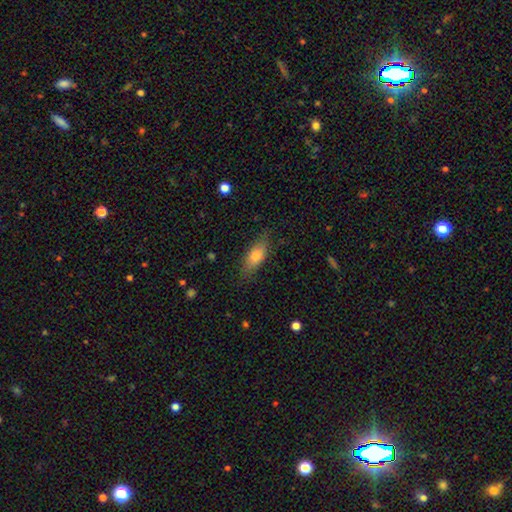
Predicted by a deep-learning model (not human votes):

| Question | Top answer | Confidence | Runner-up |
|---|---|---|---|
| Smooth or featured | smooth | 73% | featured or disk (19%) |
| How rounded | in between | 70% | cigar-shaped (27%) |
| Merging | none | 80% | minor disturbance (15%) |